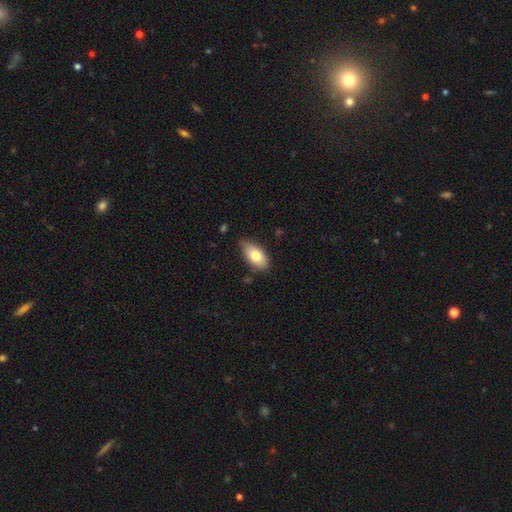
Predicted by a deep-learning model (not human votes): Smooth or featured? Predicted: smooth (p=0.78). How rounded? Predicted: in between (p=0.92). Merging? Predicted: none (p=0.75).